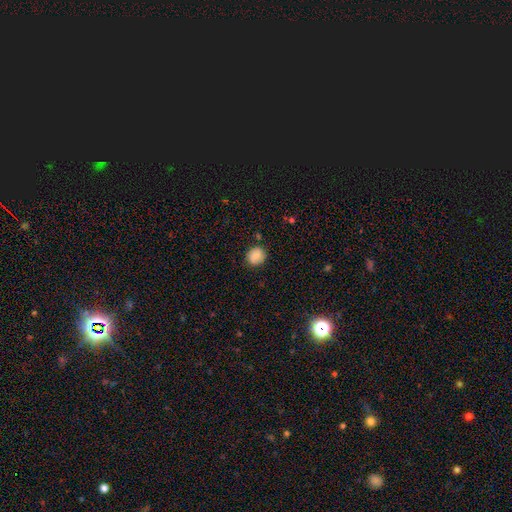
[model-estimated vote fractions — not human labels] A smooth galaxy with no disk features (77%) that is round (77%).

Vote fractions:
- Smooth or featured? smooth: 77% / featured or disk: 14% / star or artifact: 9%
- How rounded? round: 77% / in between: 22% / cigar-shaped: 1%
- Merging? none: 81% / minor disturbance: 13% / major disturbance: 3% / merger: 2%